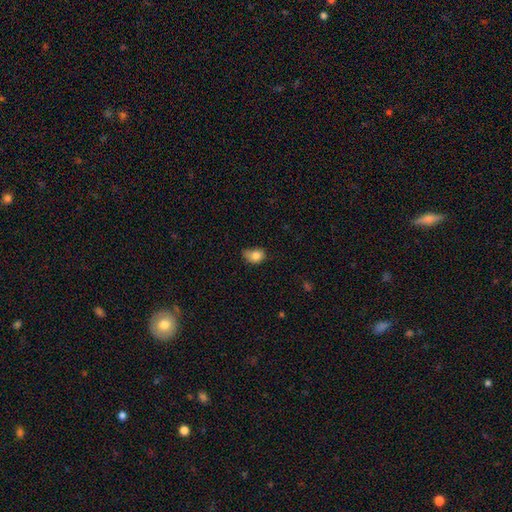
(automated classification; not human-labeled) A smooth galaxy with no disk features (80%) that is in between round and cigar-shaped (65%). Merging: minor disturbance (42%).